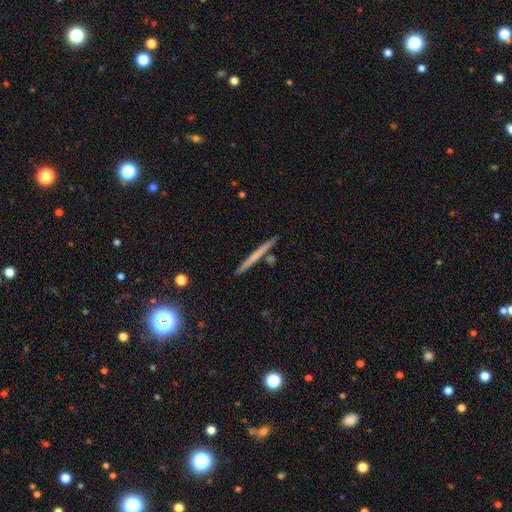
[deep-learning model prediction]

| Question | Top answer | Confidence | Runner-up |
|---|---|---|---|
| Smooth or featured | featured or disk | 46% | tied: smooth (46%) |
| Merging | none | 89% | minor disturbance (6%) |